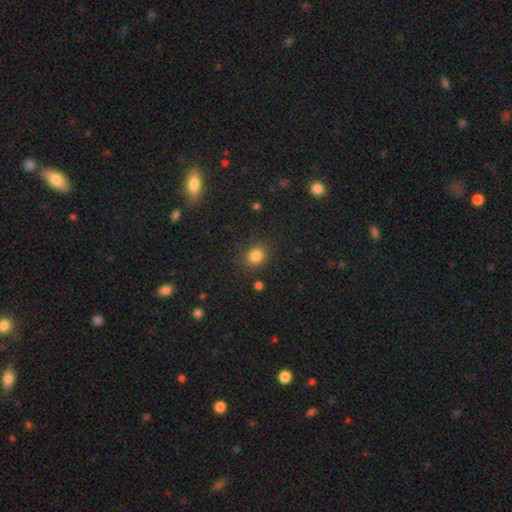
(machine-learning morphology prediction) Smooth or featured? Predicted: smooth (p=0.83). How rounded? Predicted: round (p=0.74). Merging? Predicted: none (p=0.85).